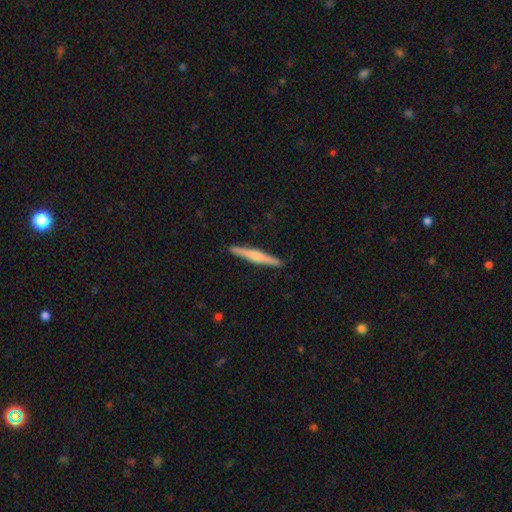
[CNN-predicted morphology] A featured or disk galaxy (59%) viewed edge-on (98%) with a rounded central bulge (74%).

Vote fractions:
- Smooth or featured? featured or disk: 59% / smooth: 36% / star or artifact: 5%
- Edge-on disk? yes: 98% / no: 2%
- Edge-on bulge? rounded: 74% / none: 13% / boxy: 12%
- Merging? none: 92% / minor disturbance: 6% / major disturbance: 1% / merger: 1%